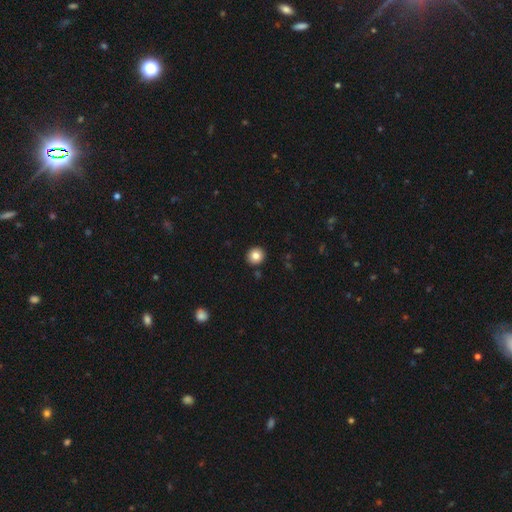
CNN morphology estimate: This appears to be a smooth galaxy with no disk features (83%) that is round (86%). Merging: none (91%).